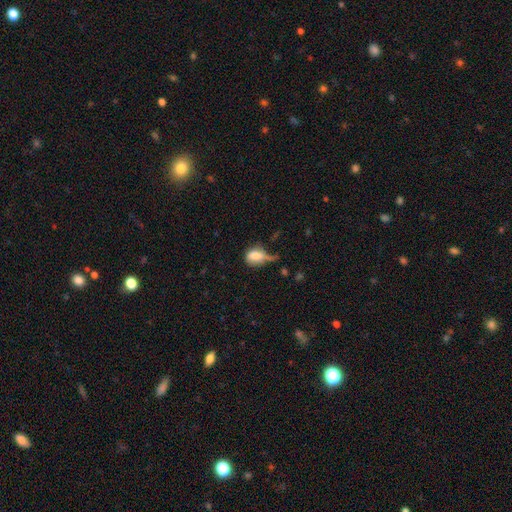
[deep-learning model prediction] This is likely a smooth galaxy (75%). How rounded: likely in between (66%). Merging: marginally minor disturbance (31%).